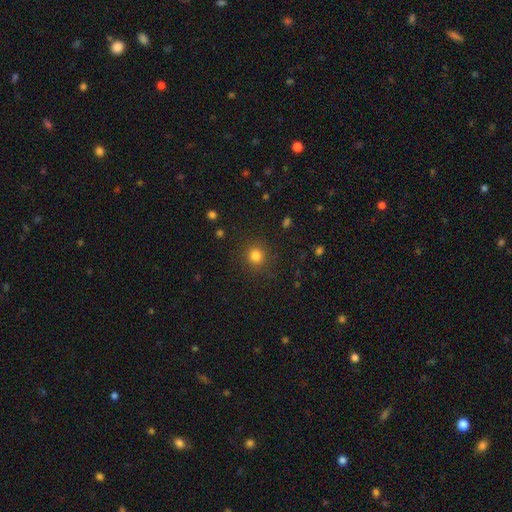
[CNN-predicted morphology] smooth-or-featured: smooth: 82% | star or artifact: 13% | featured or disk: 5%
  how-rounded: round: 90% | in between: 9% | cigar-shaped: 1%
  merging: none: 88% | minor disturbance: 7% | major disturbance: 3% | merger: 1%